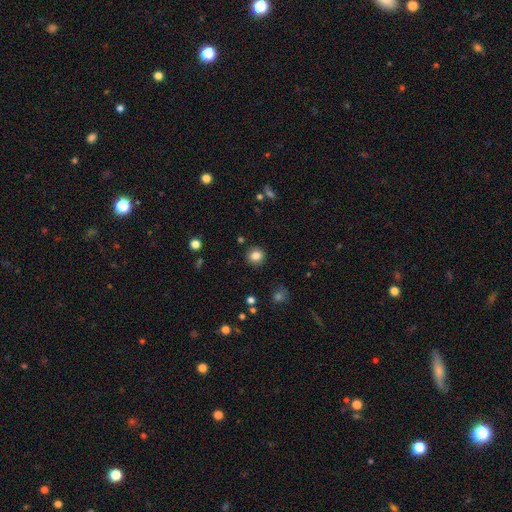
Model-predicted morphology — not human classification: A smooth galaxy with no disk features (83%) that is round (88%).

Vote fractions:
- Smooth or featured? smooth: 83% / star or artifact: 11% / featured or disk: 6%
- How rounded? round: 88% / in between: 11% / cigar-shaped: 1%
- Merging? none: 90% / minor disturbance: 6% / major disturbance: 2% / merger: 1%